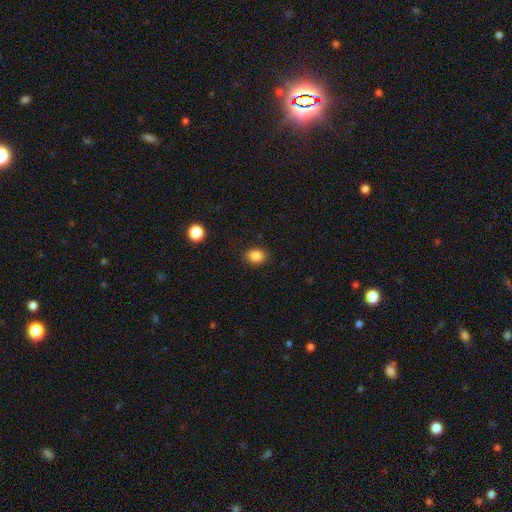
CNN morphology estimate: smooth 86%, star or artifact 10%, featured or disk 4%. Down the decision tree: how rounded — in between (59%); merging — none (88%).